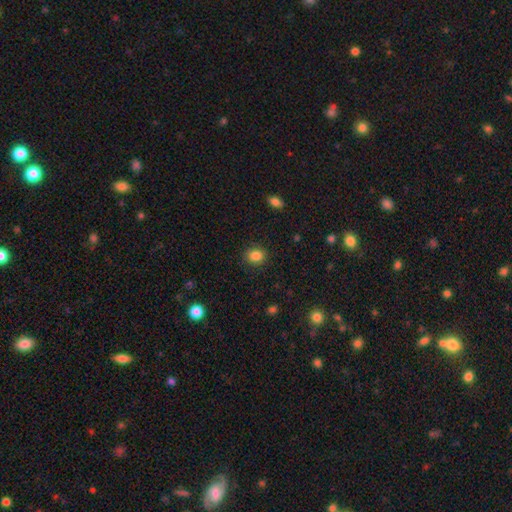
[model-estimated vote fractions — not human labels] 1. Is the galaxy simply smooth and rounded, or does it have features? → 86% smooth, 10% star or artifact, 4% featured or disk.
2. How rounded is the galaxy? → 60% round, 39% in between, 1% cigar-shaped.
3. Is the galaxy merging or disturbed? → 87% none, 9% minor disturbance, 3% major disturbance, 1% merger.